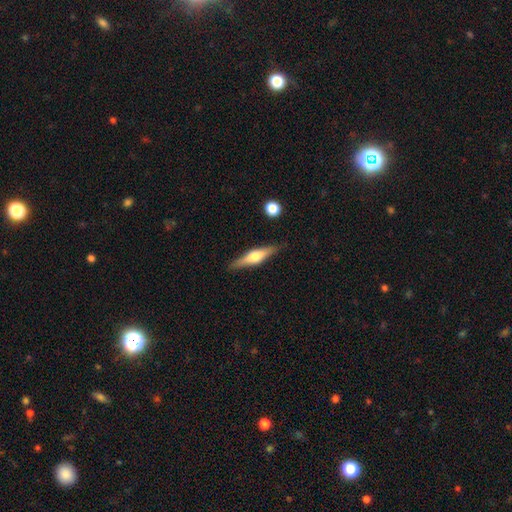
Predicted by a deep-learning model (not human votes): This is possibly a featured or disk galaxy (59%). It is clearly viewed edge-on (96%). Edge-on bulge: clearly rounded (89%). Merging: clearly none (87%).